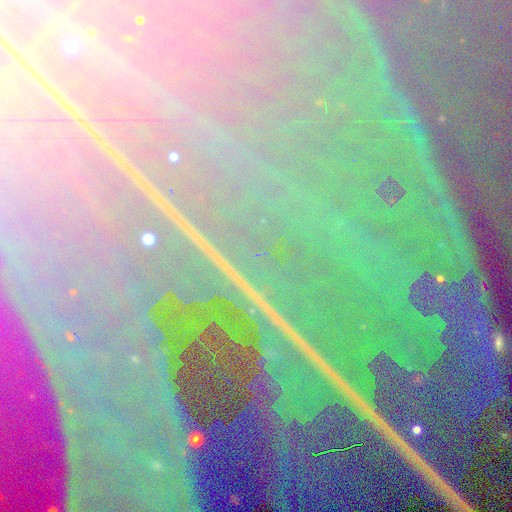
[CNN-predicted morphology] star or artifact 89%, featured or disk 7%, smooth 4%.